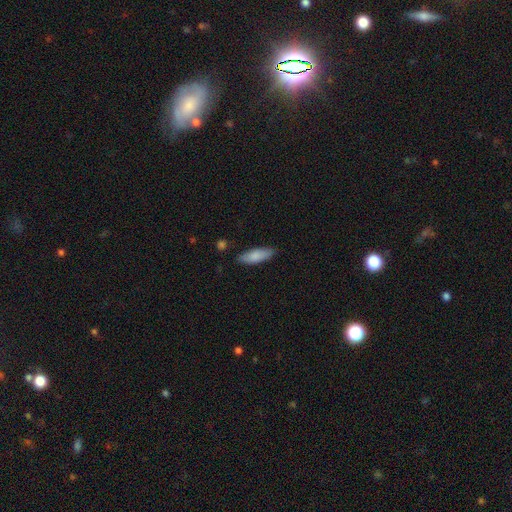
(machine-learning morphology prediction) This is clearly a smooth galaxy (84%). How rounded: possibly in between (57%). Merging: clearly none (83%).